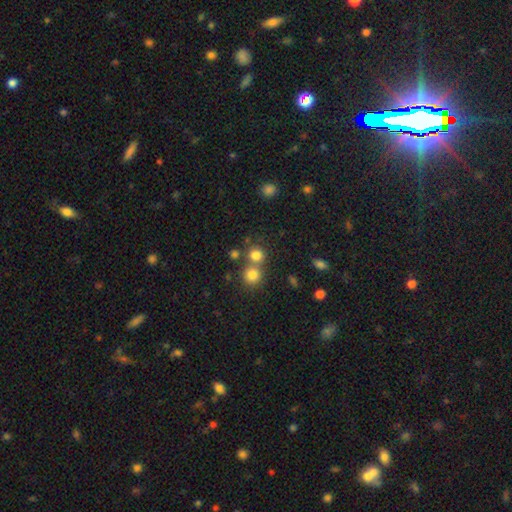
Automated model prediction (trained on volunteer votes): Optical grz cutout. It shows a smooth galaxy with no disk features (79%) that is round (86%). Merging: none (58%).